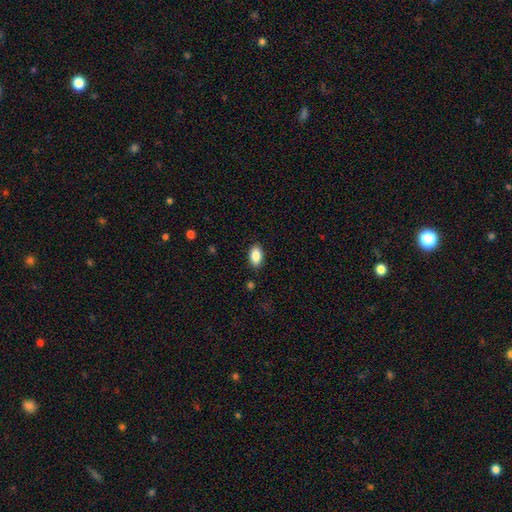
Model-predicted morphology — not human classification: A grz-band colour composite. It shows a smooth galaxy with no disk features (88%) that is in between round and cigar-shaped (92%). Merging: none (88%).